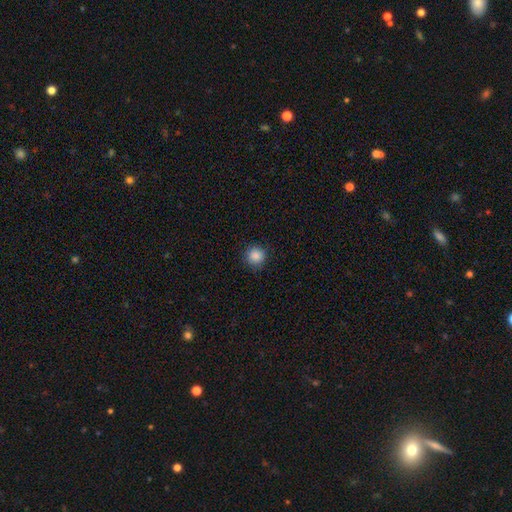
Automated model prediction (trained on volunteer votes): A smooth galaxy with no disk features (87%) that is round (94%).

Vote fractions:
- Smooth or featured? smooth: 87% / star or artifact: 10% / featured or disk: 3%
- How rounded? round: 94% / in between: 5% / cigar-shaped: 1%
- Merging? none: 90% / minor disturbance: 7% / major disturbance: 2% / merger: 1%